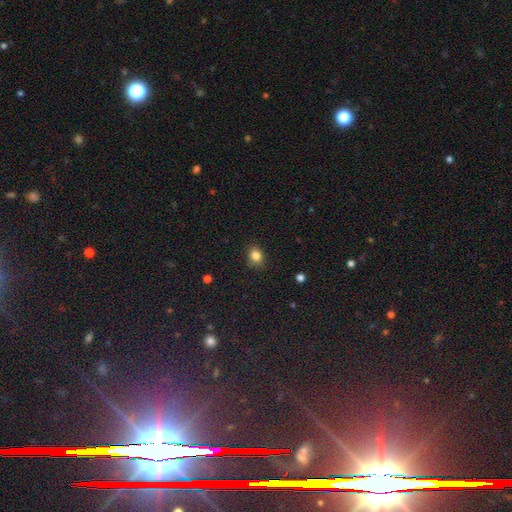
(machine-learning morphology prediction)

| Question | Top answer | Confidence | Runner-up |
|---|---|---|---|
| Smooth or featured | smooth | 83% | star or artifact (11%) |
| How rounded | in between | 54% | round (45%) |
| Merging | none | 86% | minor disturbance (11%) |